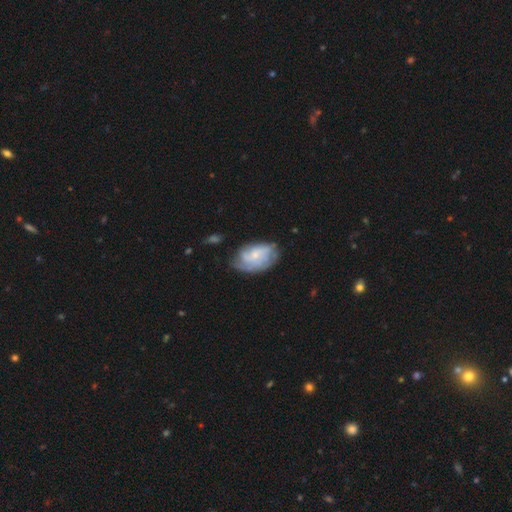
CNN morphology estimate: This is likely a featured or disk galaxy (61%). It is clearly not viewed edge-on (97%). Bar: likely no (72%). Spiral arm pattern: clearly yes (81%). Central bulge: likely small (66%). Merging: possibly none (57%).